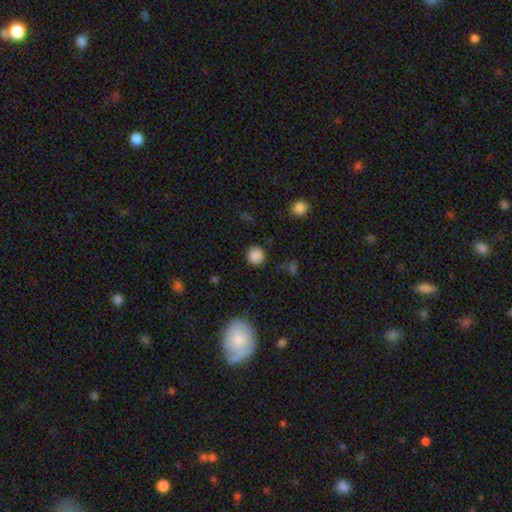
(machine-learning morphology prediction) Smooth or featured? Predicted: smooth (p=0.85). How rounded? Predicted: round (p=0.92). Merging? Predicted: none (p=0.87).